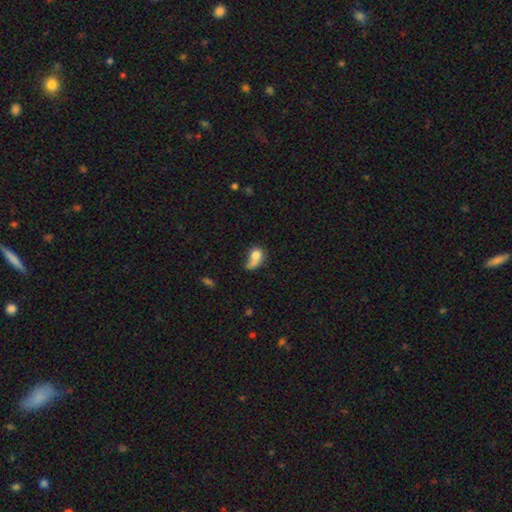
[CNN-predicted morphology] smooth_or_featured: smooth (p=0.72) [alt: featured or disk p=0.18]
how_rounded: in between (p=0.57) [alt: round p=0.40]
merging: major disturbance (p=0.29) [alt: none p=0.25]